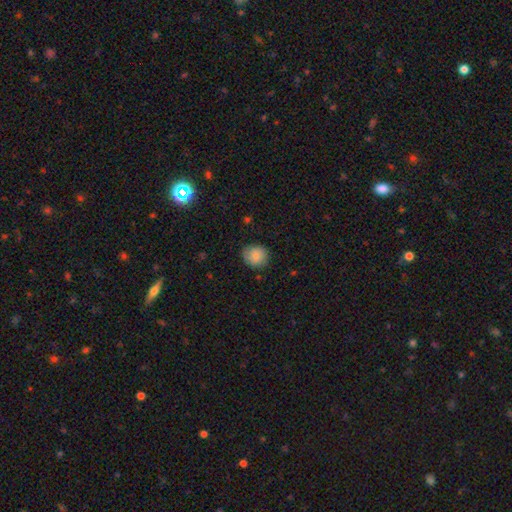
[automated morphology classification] smooth-or-featured: smooth: 82% | featured or disk: 11% | star or artifact: 8%
  how-rounded: round: 80% | in between: 19% | cigar-shaped: 1%
  merging: none: 78% | minor disturbance: 17% | major disturbance: 4% | merger: 1%